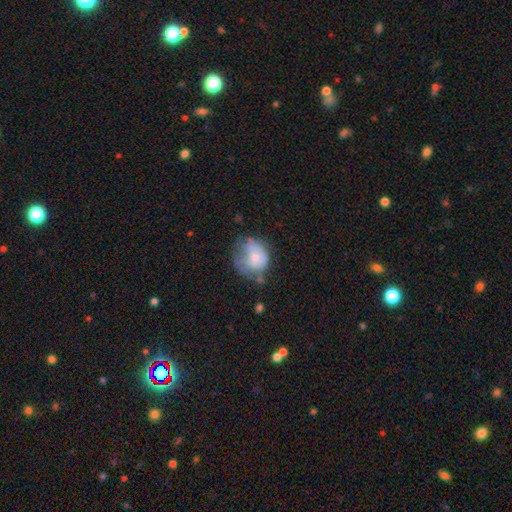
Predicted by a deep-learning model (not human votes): This is possibly a smooth galaxy (57%). How rounded: likely round (61%). Merging: marginally none (35%, tied with minor disturbance).